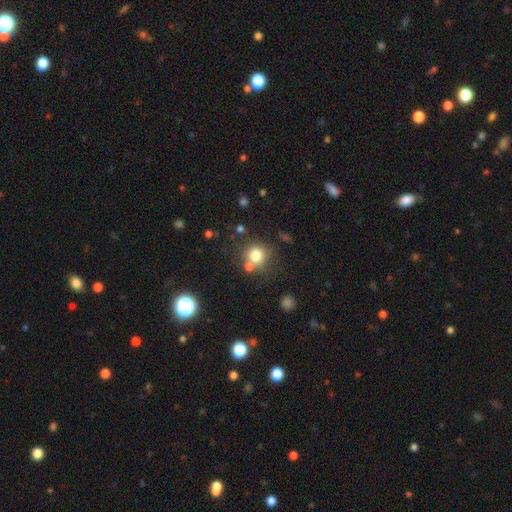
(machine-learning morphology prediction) Smooth or featured? smooth (77%)
How rounded? round (90%)
Merging? none (66%)